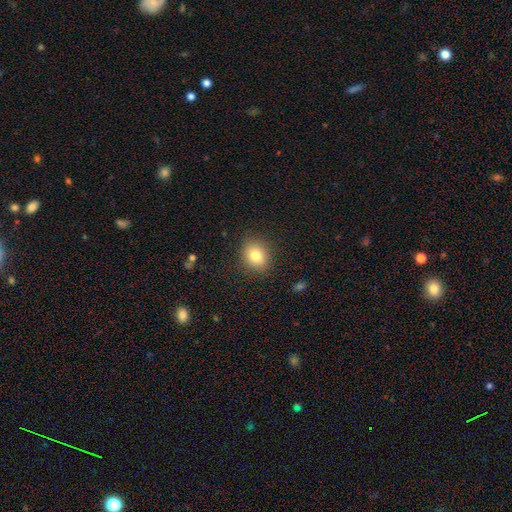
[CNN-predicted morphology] smooth 82%, star or artifact 10%, featured or disk 8%. Down the decision tree: how rounded — round (58%); merging — none (87%).